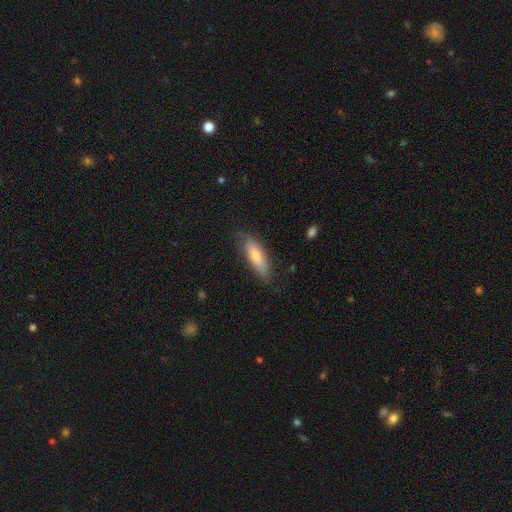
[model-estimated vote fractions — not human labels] This is likely a smooth galaxy (73%). How rounded: possibly in between (49%, tied with cigar-shaped). Merging: likely none (77%).